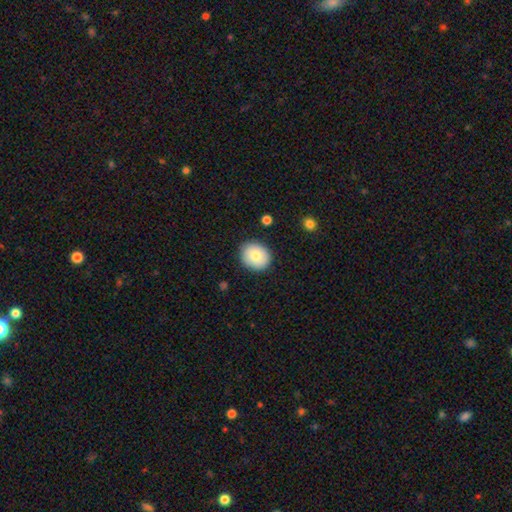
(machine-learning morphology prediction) smooth-or-featured: smooth: 81% | featured or disk: 12% | star or artifact: 7%
  how-rounded: round: 70% | in between: 29% | cigar-shaped: 1%
  merging: none: 86% | minor disturbance: 10% | major disturbance: 2% | merger: 1%